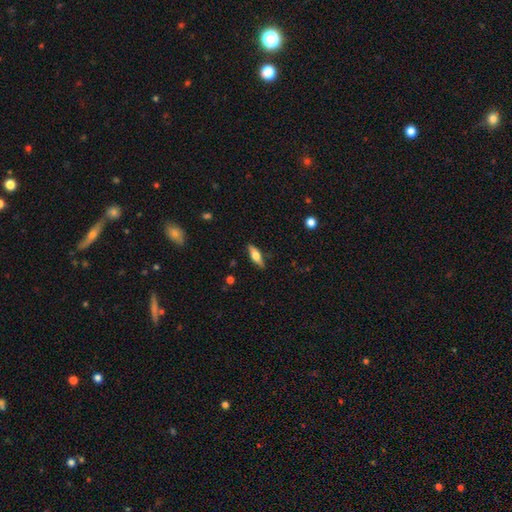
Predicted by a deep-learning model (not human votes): Overall: smooth (48%; featured or disk 46%). Merging: none (85%).